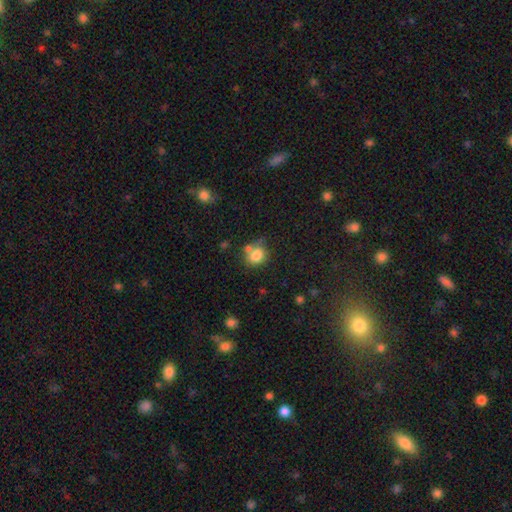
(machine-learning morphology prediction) A smooth galaxy with no disk features (79%) that is round (65%). Merging: none (50%).